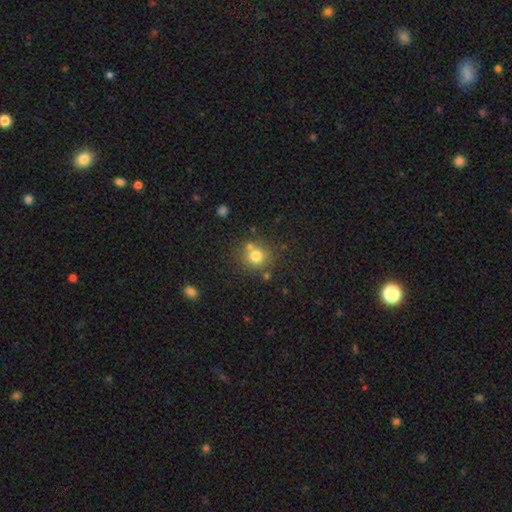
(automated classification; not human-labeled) Overall: smooth (76%). How rounded: round (88%). Merging: none (71%).